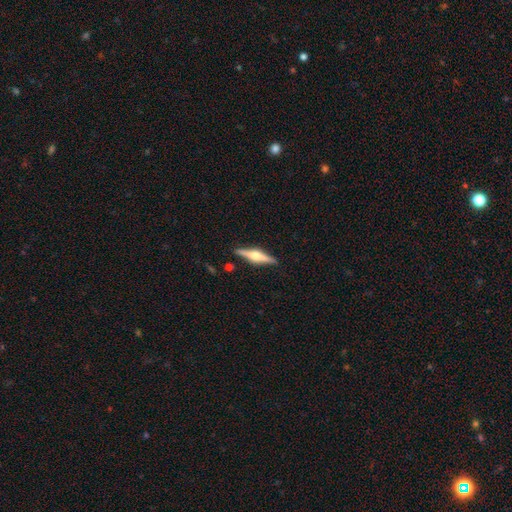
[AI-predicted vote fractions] Smooth or featured?
  - featured or disk: 75% *
  - smooth: 20%
  - star or artifact: 5%
Edge-on disk?
  - yes: 98% *
  - no: 2%
Edge-on bulge?
  - rounded: 92% *
  - boxy: 6%
  - none: 2%
Merging?
  - none: 89% *
  - minor disturbance: 8%
  - major disturbance: 2%
  - merger: 2%